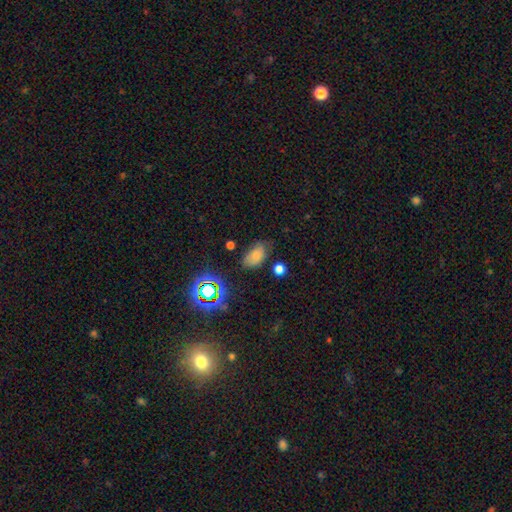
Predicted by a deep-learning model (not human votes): Q: Smooth or featured?
A: smooth (72%); runner-up: star or artifact (18%)
Q: How rounded?
A: in between (90%); runner-up: round (8%)
Q: Merging?
A: none (63%); runner-up: minor disturbance (26%)